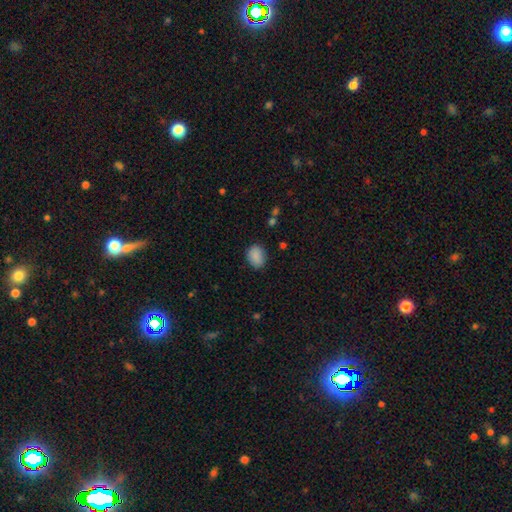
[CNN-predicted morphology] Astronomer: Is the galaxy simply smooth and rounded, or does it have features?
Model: smooth — 88%.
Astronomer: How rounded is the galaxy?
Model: in between — 66%.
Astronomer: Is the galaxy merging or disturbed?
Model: none — 81%.